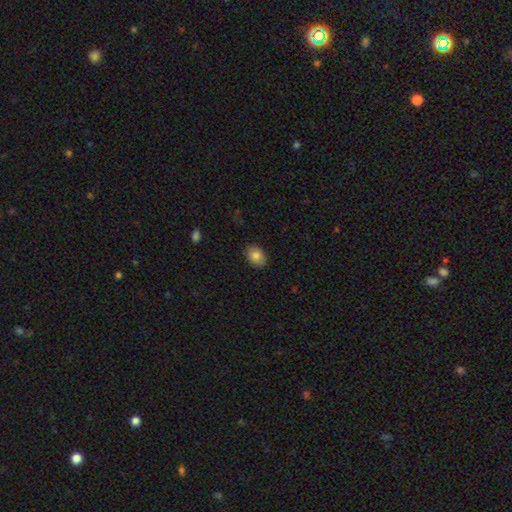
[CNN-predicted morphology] This appears to be a smooth galaxy with no disk features (83%) that is in between round and cigar-shaped (74%). Merging: none (86%).